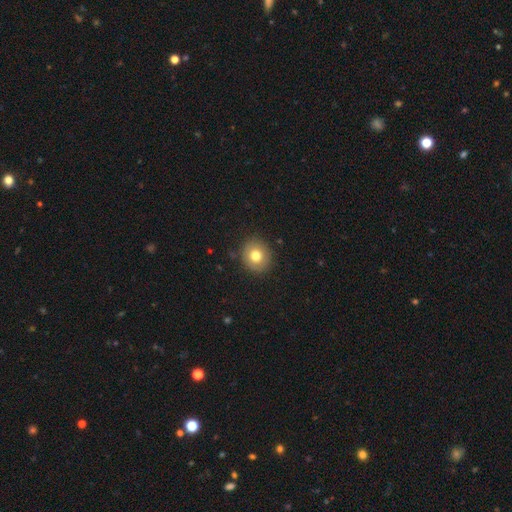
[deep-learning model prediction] This appears to be a smooth galaxy with no disk features (76%) that is round (81%). Merging: none (88%).